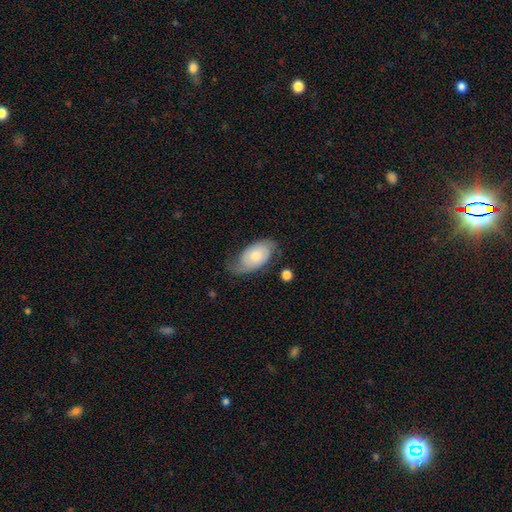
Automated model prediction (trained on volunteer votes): Q: Smooth or featured?
A: featured or disk (53%); runner-up: smooth (40%)
Q: Edge-on disk?
A: no (94%); runner-up: yes (6%)
Q: Bar?
A: no (76%); runner-up: weak (21%)
Q: Spiral arms?
A: yes (85%); runner-up: no (15%)
Q: Bulge size?
A: moderate (50%); runner-up: small (34%)
Q: Merging?
A: none (54%); runner-up: minor disturbance (29%)